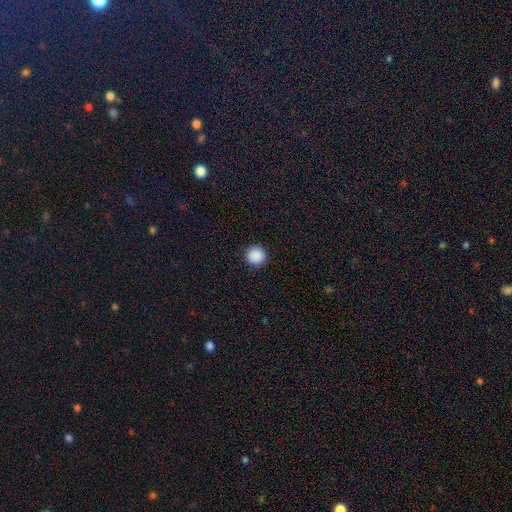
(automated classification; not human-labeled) Q: Smooth or featured?
A: smooth (90%); runner-up: star or artifact (8%)
Q: How rounded?
A: round (96%); runner-up: in between (3%)
Q: Merging?
A: none (93%); runner-up: minor disturbance (4%)